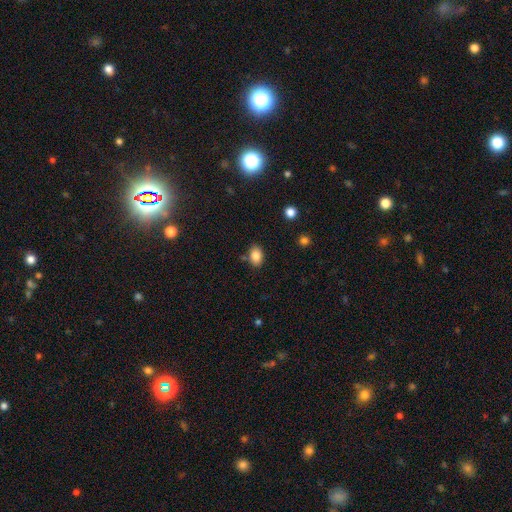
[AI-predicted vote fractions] Smooth or featured? Predicted: smooth (p=0.84). How rounded? Predicted: in between (p=0.81). Merging? Predicted: none (p=0.80).